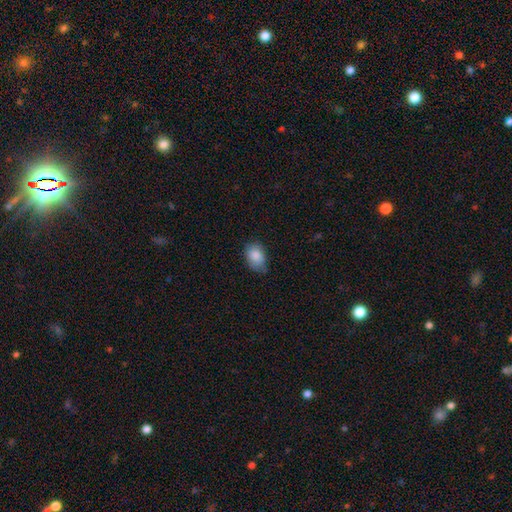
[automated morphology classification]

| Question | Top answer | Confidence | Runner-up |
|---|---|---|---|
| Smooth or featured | smooth | 85% | featured or disk (8%) |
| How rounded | in between | 77% | round (22%) |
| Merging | none | 60% | minor disturbance (32%) |